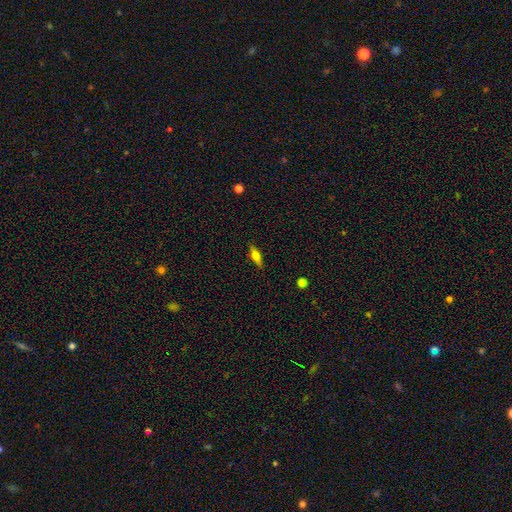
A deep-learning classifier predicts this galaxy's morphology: Smooth or featured? featured or disk (49%)
Merging? none (87%)